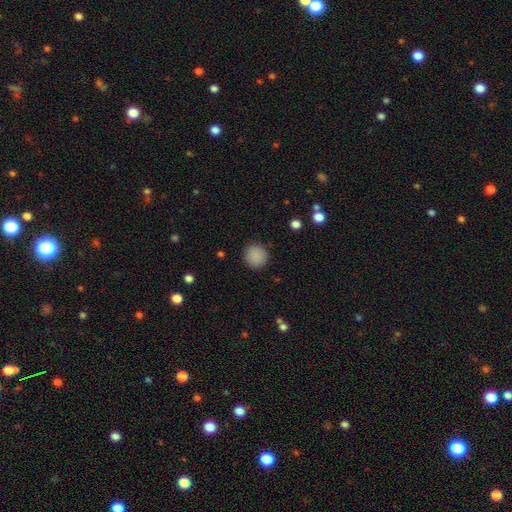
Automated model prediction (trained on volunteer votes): A smooth galaxy with no disk features (88%) that is round (93%).

Vote fractions:
- Smooth or featured? smooth: 88% / star or artifact: 9% / featured or disk: 3%
- How rounded? round: 93% / in between: 6% / cigar-shaped: 1%
- Merging? none: 91% / minor disturbance: 6% / major disturbance: 2% / merger: 1%